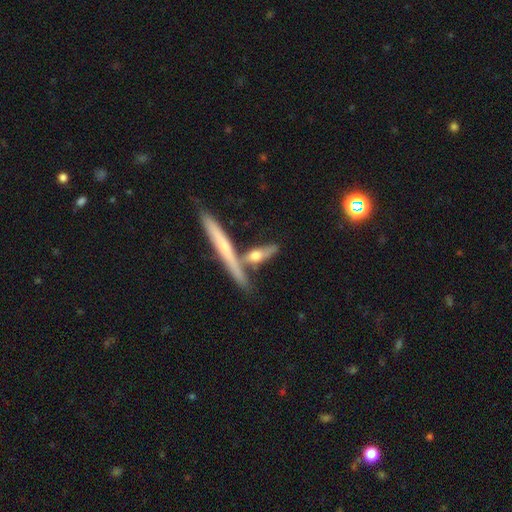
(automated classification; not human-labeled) Smooth or featured? Predicted: smooth (p=0.47). Merging? Predicted: none (p=0.55).